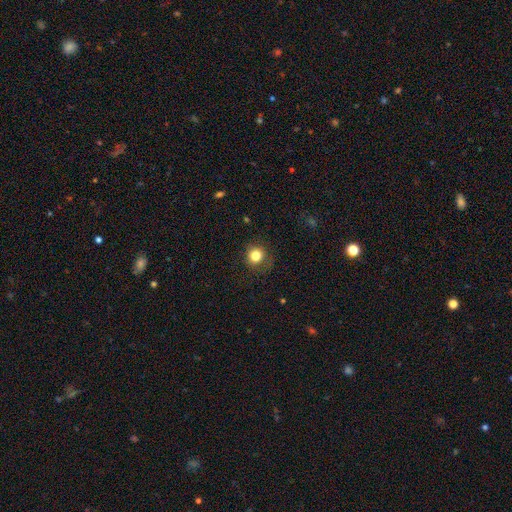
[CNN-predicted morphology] A smooth galaxy with no disk features (81%) that is round (91%). Merging: none (83%).